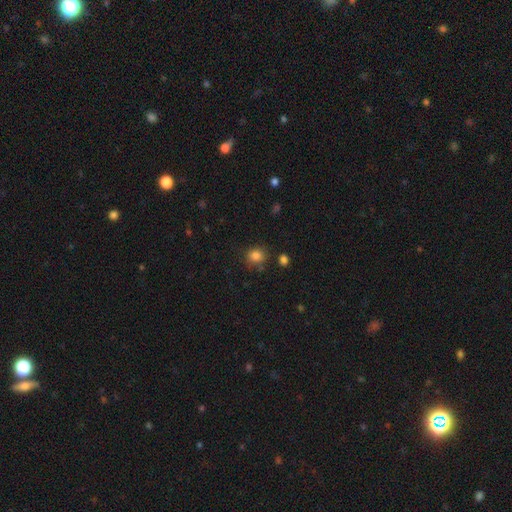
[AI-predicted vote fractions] Smooth or featured? Predicted: smooth (p=0.83). How rounded? Predicted: round (p=0.73). Merging? Predicted: none (p=0.77).